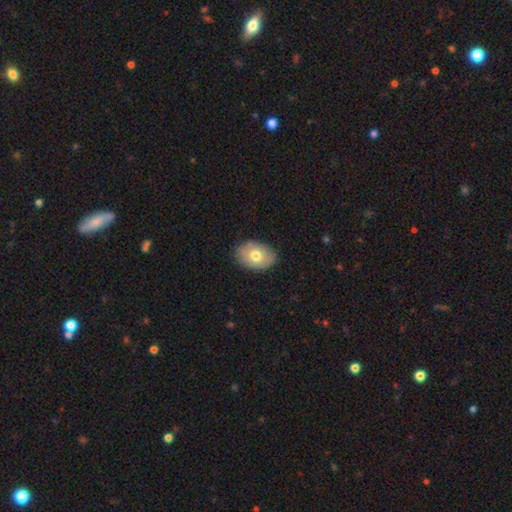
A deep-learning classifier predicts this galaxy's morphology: type=smooth (73%); roundness=in between (79%); merging=none (85%).